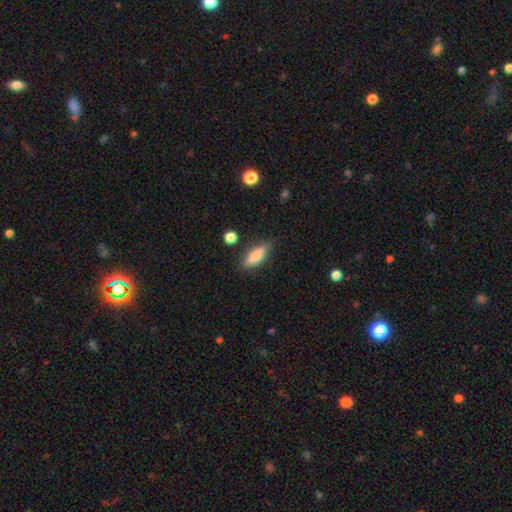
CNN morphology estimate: Q: Smooth or featured?
A: smooth (74%); runner-up: featured or disk (19%)
Q: How rounded?
A: cigar-shaped (49%); runner-up: in between (48%)
Q: Merging?
A: none (82%); runner-up: minor disturbance (13%)